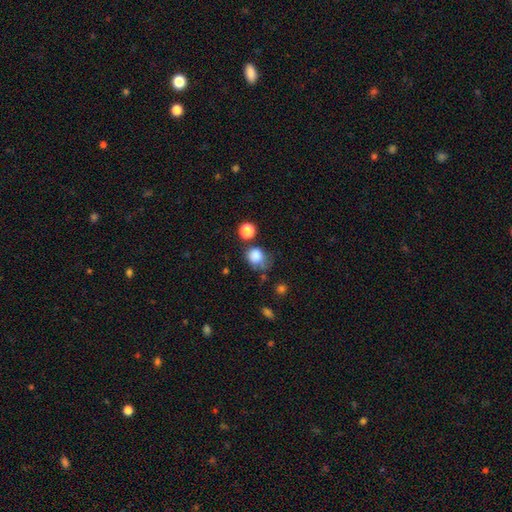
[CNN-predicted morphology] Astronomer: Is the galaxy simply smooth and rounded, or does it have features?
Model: smooth — 82%.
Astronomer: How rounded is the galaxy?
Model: round — 76%.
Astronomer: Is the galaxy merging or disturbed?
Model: none — 49% (runner-up: minor disturbance, 24%).